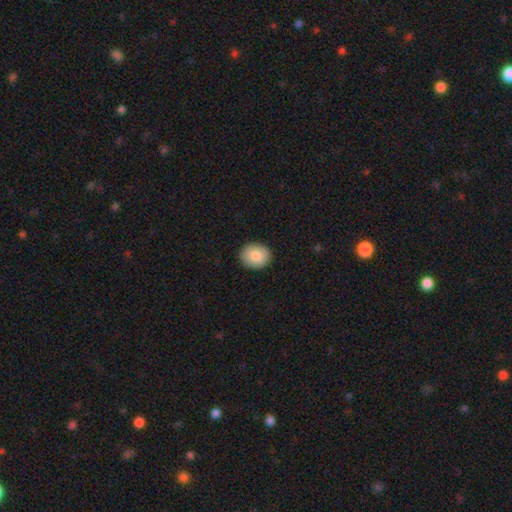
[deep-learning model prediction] smooth 84%, featured or disk 9%, star or artifact 7%. Down the decision tree: how rounded — round (65%); merging — none (91%).